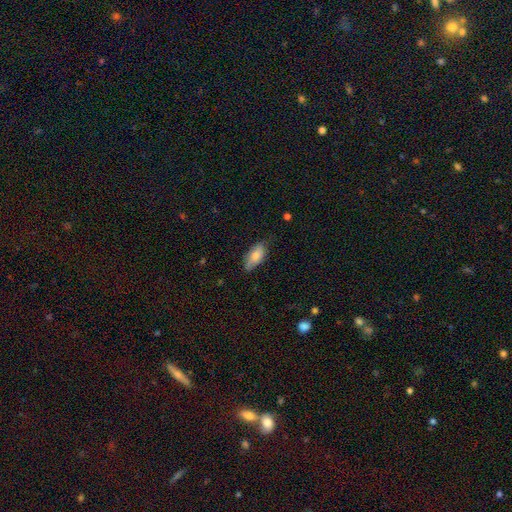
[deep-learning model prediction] A smooth galaxy with no disk features (77%) that is in between round and cigar-shaped (89%). Merging: none (70%).